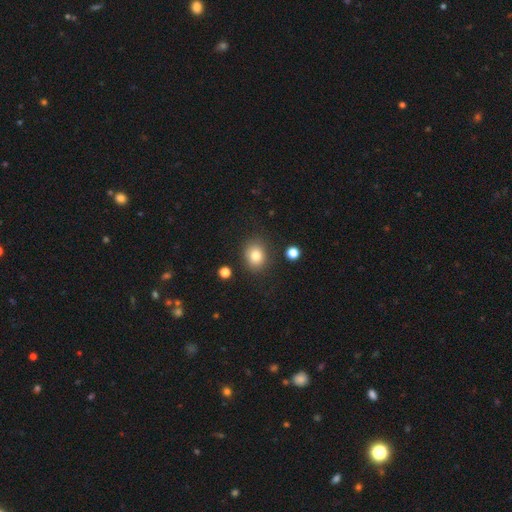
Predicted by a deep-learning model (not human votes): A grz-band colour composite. It shows a smooth galaxy with no disk features (80%) that is round (61%). Merging: none (81%).